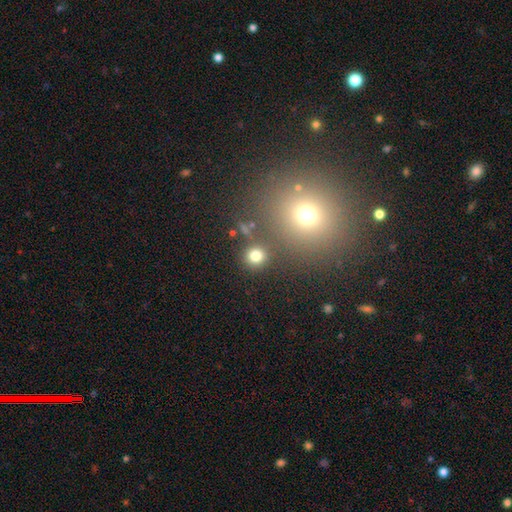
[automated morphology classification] A smooth galaxy with no disk features (78%) that is round (91%). Merging: none (80%).